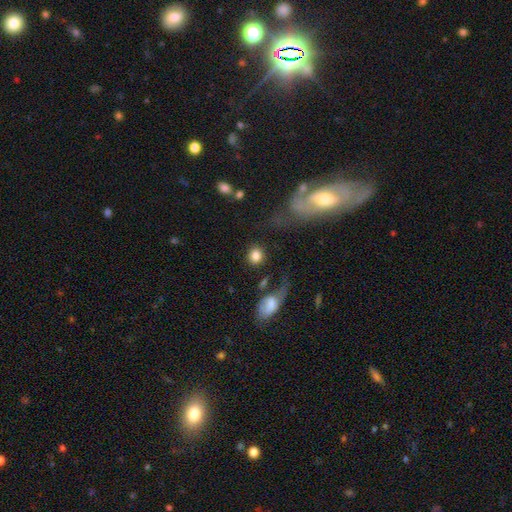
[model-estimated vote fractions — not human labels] Q: Smooth or featured?
A: smooth (83%); runner-up: featured or disk (9%)
Q: How rounded?
A: round (80%); runner-up: in between (18%)
Q: Merging?
A: none (70%); runner-up: minor disturbance (11%)